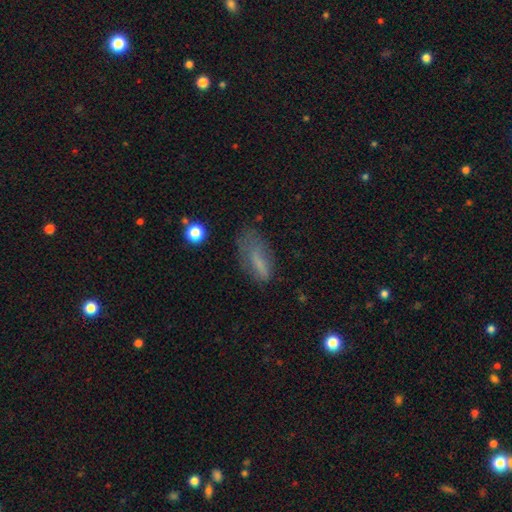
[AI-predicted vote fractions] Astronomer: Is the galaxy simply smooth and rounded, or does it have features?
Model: smooth — 60%.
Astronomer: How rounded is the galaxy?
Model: in between — 63%.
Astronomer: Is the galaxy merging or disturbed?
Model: none — 51% (runner-up: minor disturbance, 28%).